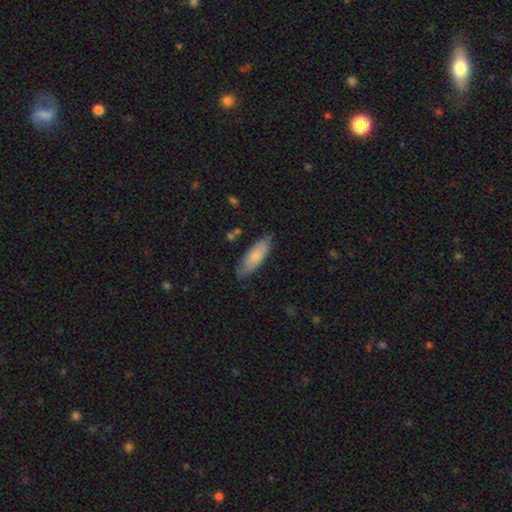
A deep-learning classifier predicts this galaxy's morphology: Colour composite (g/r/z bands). It shows a smooth galaxy with no disk features (79%) that is in between round and cigar-shaped (63%). Merging: none (78%).